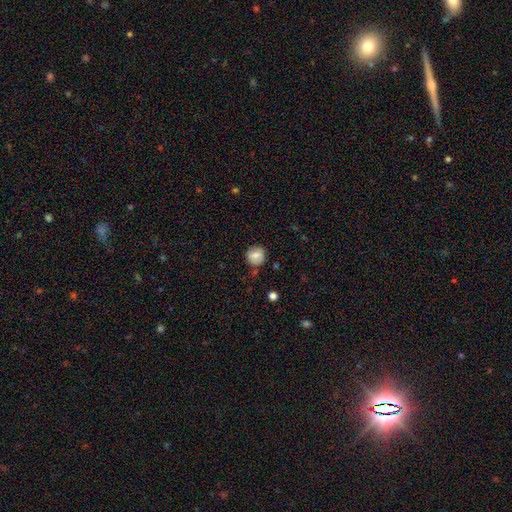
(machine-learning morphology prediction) The model was most divided on "smooth or featured": smooth: 77%, featured or disk: 14%, star or artifact: 9%. More confident: how rounded — round (89%); merging — none (81%).